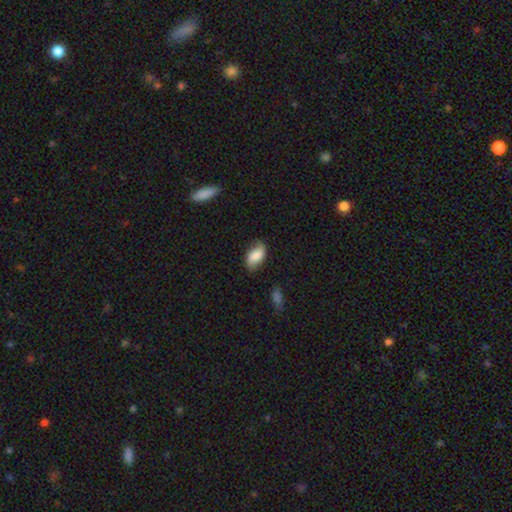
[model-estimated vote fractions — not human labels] Overall: smooth (69%). How rounded: in between (92%). Merging: none (72%).